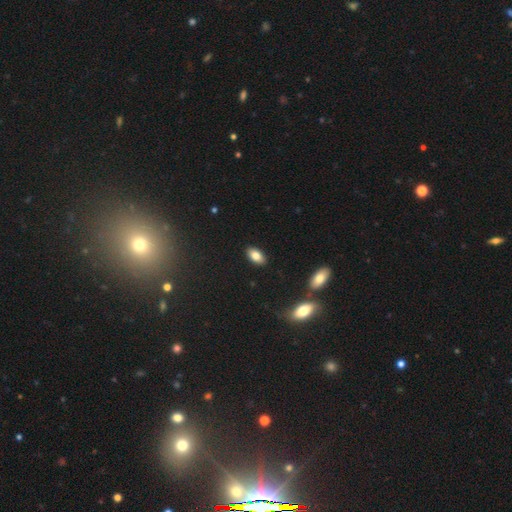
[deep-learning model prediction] Smooth or featured? Predicted: smooth (p=0.81). How rounded? Predicted: in between (p=0.93). Merging? Predicted: none (p=0.88).